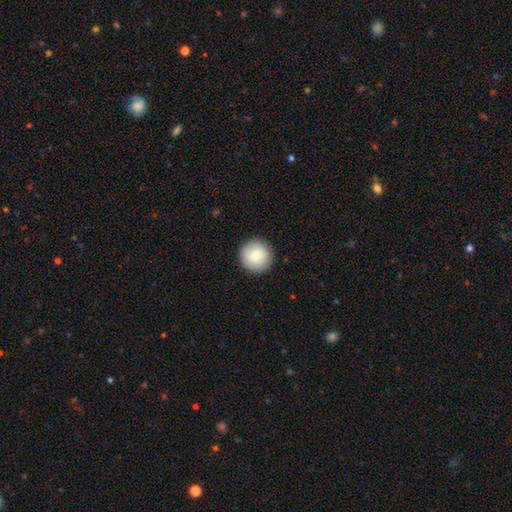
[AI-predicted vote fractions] Smooth or featured? Predicted: smooth (p=0.81). How rounded? Predicted: round (p=0.96). Merging? Predicted: none (p=0.92).